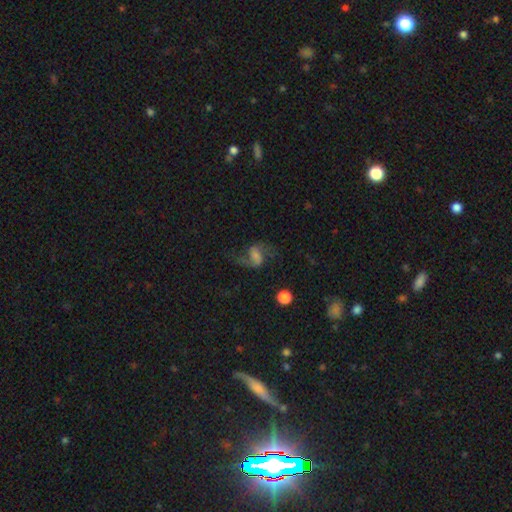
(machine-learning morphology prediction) Overall: featured or disk (69%). Edge-on disk: no (97%). Bar: weak (47%; no 28%). Spiral arms: yes (92%). Spiral arm count: 2 (89%). Spiral winding: loose (66%; medium 29%). Bulge size: small (36%; moderate 29%). Merging: none (63%).